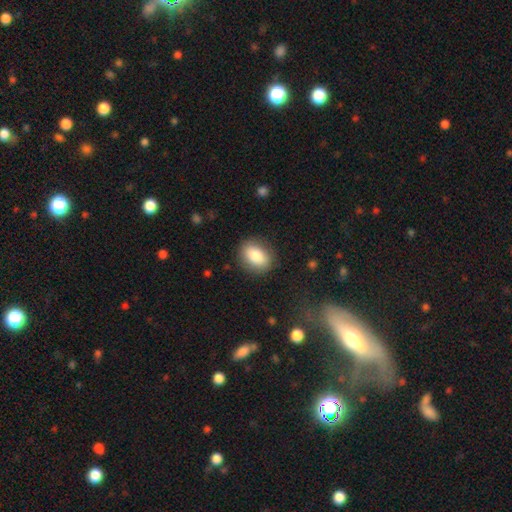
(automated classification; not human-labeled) smooth-or-featured: smooth: 81% | featured or disk: 11% | star or artifact: 8%
  how-rounded: in between: 68% | round: 30% | cigar-shaped: 2%
  merging: none: 85% | minor disturbance: 10% | major disturbance: 3% | merger: 1%